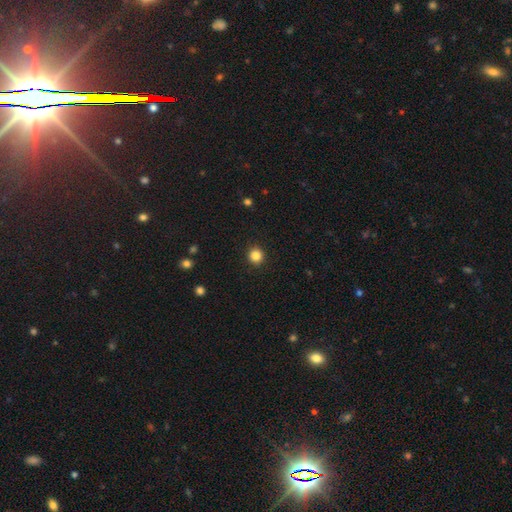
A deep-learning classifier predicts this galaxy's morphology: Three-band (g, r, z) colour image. It shows a smooth galaxy with no disk features (85%) that is round (94%). Merging: none (93%).